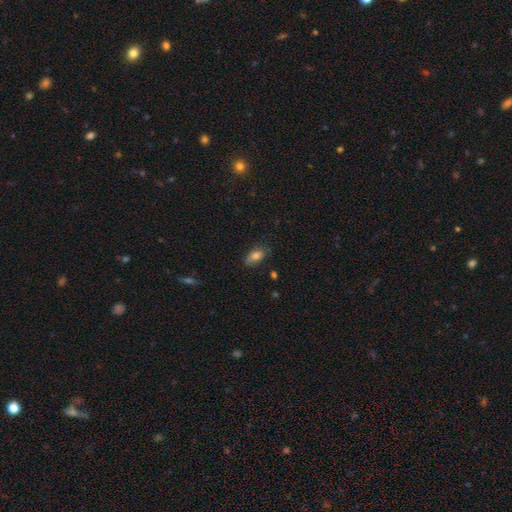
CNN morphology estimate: type=smooth (78%); roundness=in between (87%); merging=none (72%).